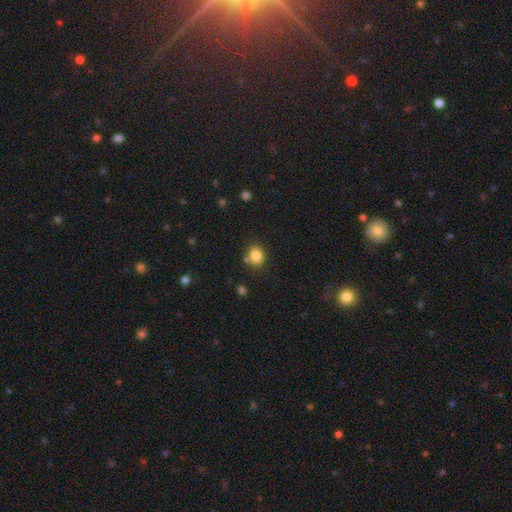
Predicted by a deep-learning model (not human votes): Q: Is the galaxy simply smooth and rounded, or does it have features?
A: smooth — 83%.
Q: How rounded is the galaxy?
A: round — 56%.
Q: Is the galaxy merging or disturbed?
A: none — 69%.